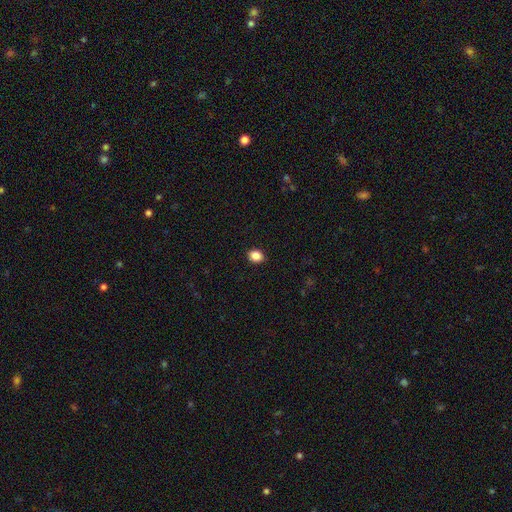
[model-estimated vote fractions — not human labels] Smooth or featured?
  - smooth: 87% *
  - star or artifact: 9%
  - featured or disk: 4%
How rounded?
  - in between: 54% *
  - round: 45%
  - cigar-shaped: 1%
Merging?
  - none: 90% *
  - minor disturbance: 7%
  - major disturbance: 2%
  - merger: 1%